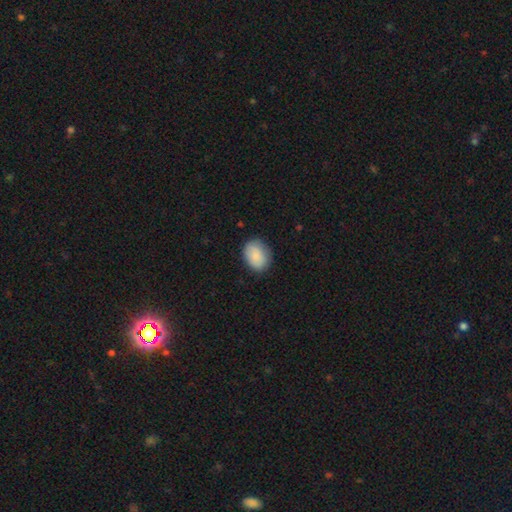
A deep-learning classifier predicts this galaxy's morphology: A smooth galaxy with no disk features (88%) that is in between round and cigar-shaped (68%). Merging: none (80%).